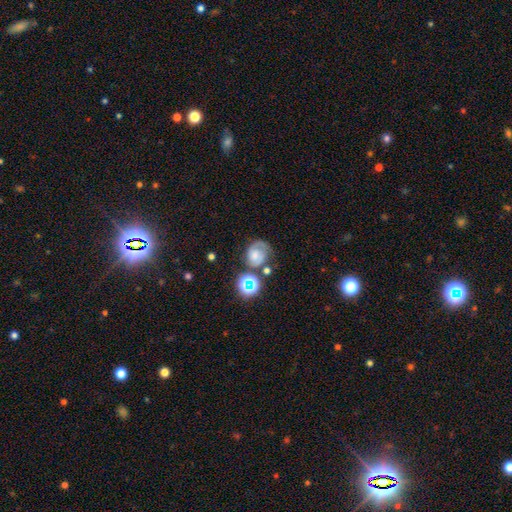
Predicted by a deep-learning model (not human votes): Smooth or featured? Predicted: featured or disk (p=0.52). Edge-on disk? Predicted: no (p=0.97). Bar? Predicted: no (p=0.72). Spiral arms? Predicted: yes (p=0.83). Bulge size? Predicted: moderate (p=0.33). Merging? Predicted: none (p=0.47).